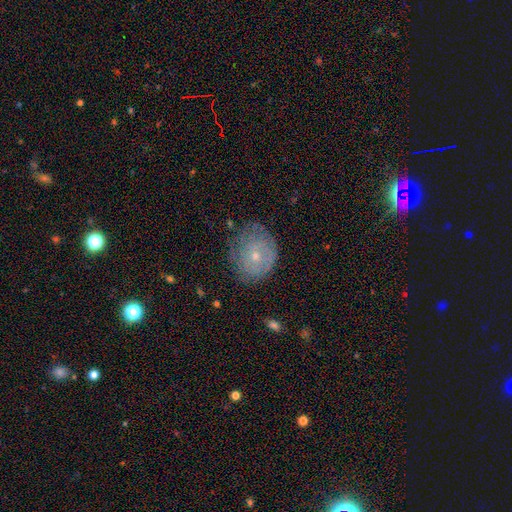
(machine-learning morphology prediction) Smooth or featured: featured or disk — 49% (smooth — 42%)
Merging: none — 65% (minor disturbance — 25%)